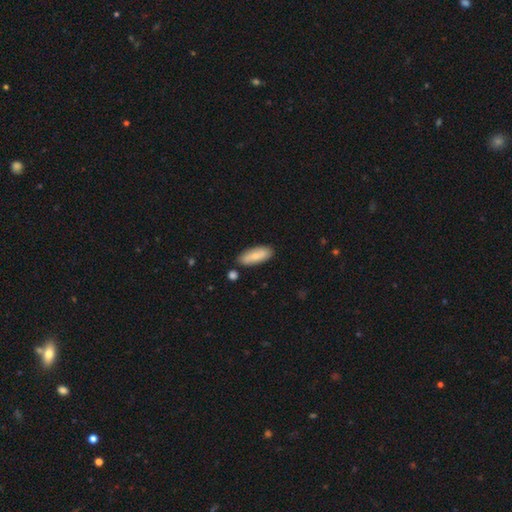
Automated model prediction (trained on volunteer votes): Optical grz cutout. It shows a smooth galaxy with no disk features (73%) that is in between round and cigar-shaped (74%). Merging: none (82%).